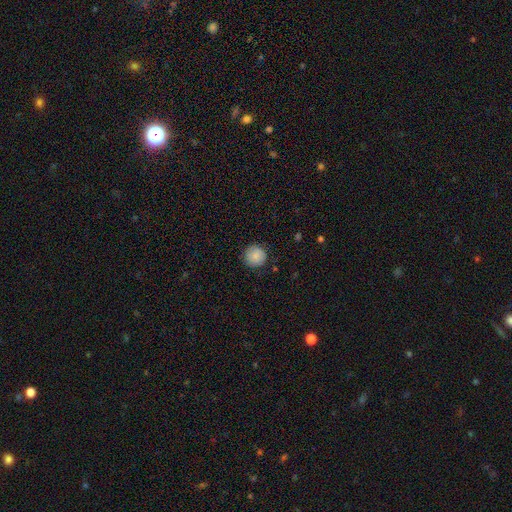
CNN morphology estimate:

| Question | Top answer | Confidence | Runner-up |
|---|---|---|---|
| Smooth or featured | smooth | 83% | featured or disk (10%) |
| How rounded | round | 95% | in between (4%) |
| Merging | none | 86% | minor disturbance (11%) |